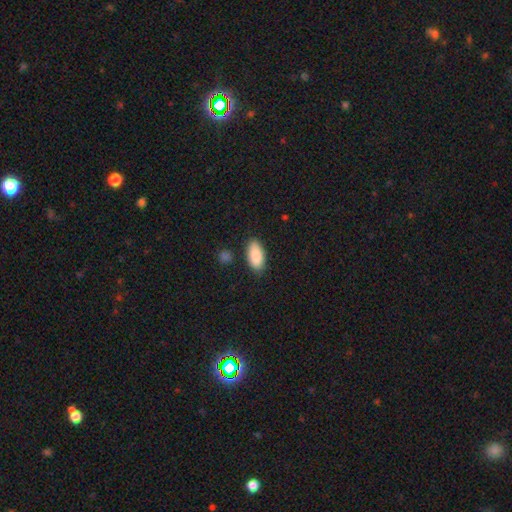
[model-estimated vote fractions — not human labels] A smooth galaxy with no disk features (88%) that is in between round and cigar-shaped (92%).

Vote fractions:
- Smooth or featured? smooth: 88% / star or artifact: 6% / featured or disk: 6%
- How rounded? in between: 92% / cigar-shaped: 5% / round: 2%
- Merging? none: 84% / minor disturbance: 11% / major disturbance: 3% / merger: 2%